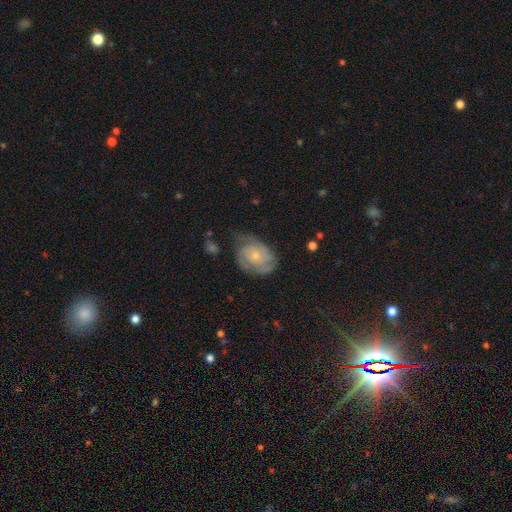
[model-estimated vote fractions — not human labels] A featured or disk galaxy (65%) with no bar (78%), 2 (37%) tight (50%) spiral arms (85%) and a small central bulge (65%). Merging: none (52%).